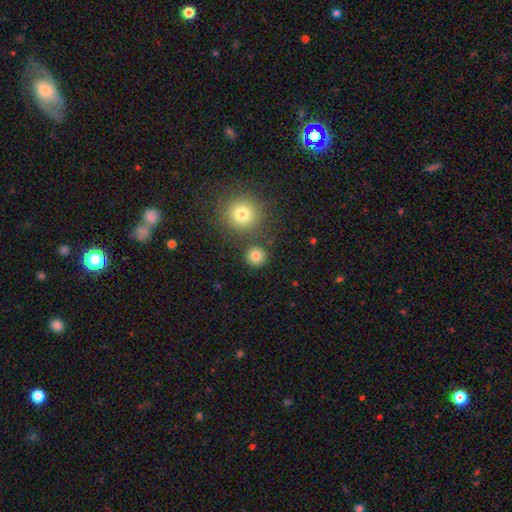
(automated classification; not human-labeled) Smooth or featured? Predicted: smooth (p=0.81). How rounded? Predicted: round (p=0.94). Merging? Predicted: none (p=0.84).